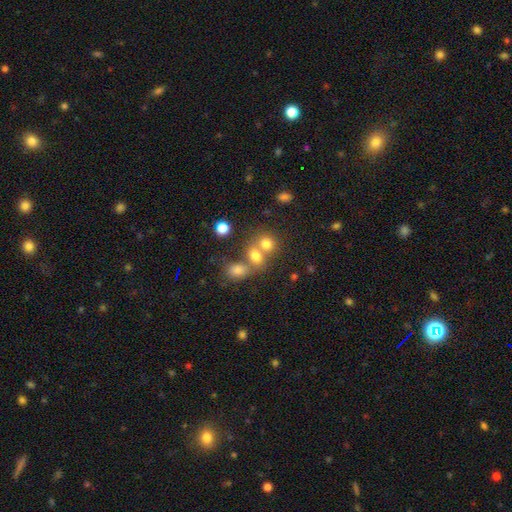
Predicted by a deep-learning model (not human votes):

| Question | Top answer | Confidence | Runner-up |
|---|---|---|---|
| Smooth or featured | smooth | 69% | star or artifact (17%) |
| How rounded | round | 58% | in between (41%) |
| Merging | merger | 51% | none (38%) |